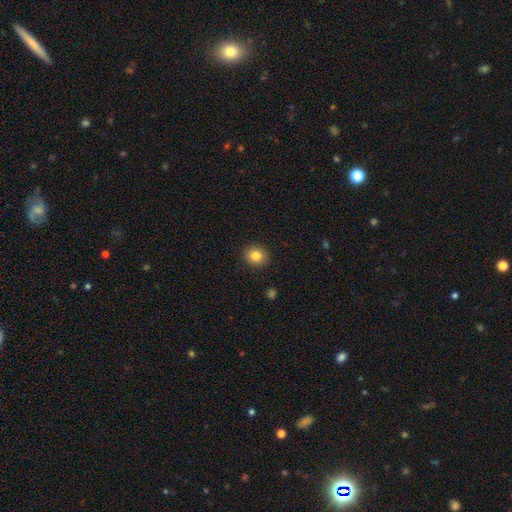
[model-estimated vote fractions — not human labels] Smooth or featured? Predicted: smooth (p=0.83). How rounded? Predicted: round (p=0.81). Merging? Predicted: none (p=0.91).